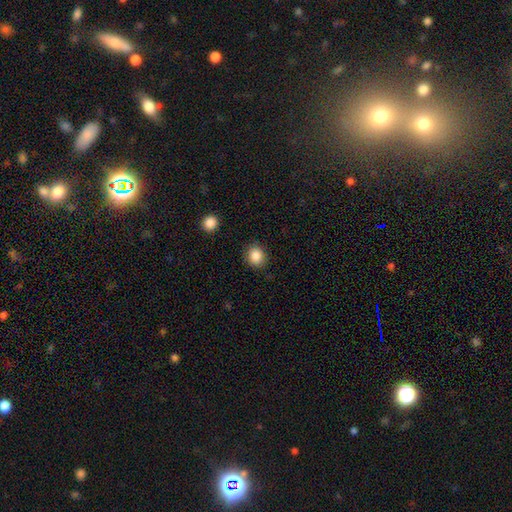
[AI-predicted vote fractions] This appears to be a smooth galaxy with no disk features (87%) that is round (73%). Merging: none (87%).